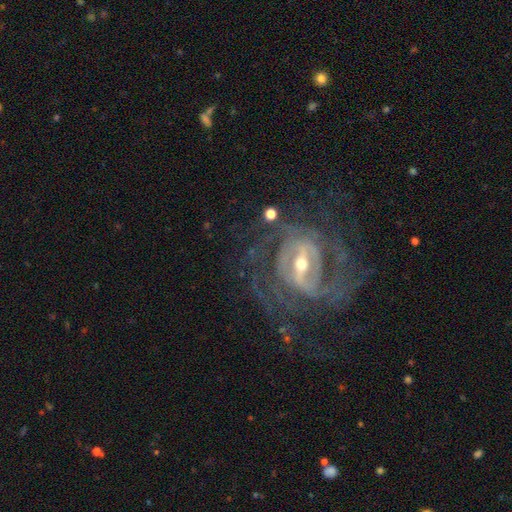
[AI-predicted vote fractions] smooth_or_featured: featured or disk (p=0.85) [alt: star or artifact p=0.09]
disk_edge_on: no (p=0.97) [alt: yes p=0.03]
bar: weak (p=0.43) [alt: strong p=0.34]
has_spiral_arms: yes (p=0.93) [alt: no p=0.07]
spiral_winding: medium (p=0.45) [alt: tight p=0.40]
spiral_arm_count: 2 (p=0.47) [alt: can't tell p=0.22]
bulge_size: small (p=0.55) [alt: moderate p=0.39]
merging: none (p=0.65) [alt: major disturbance p=0.17]